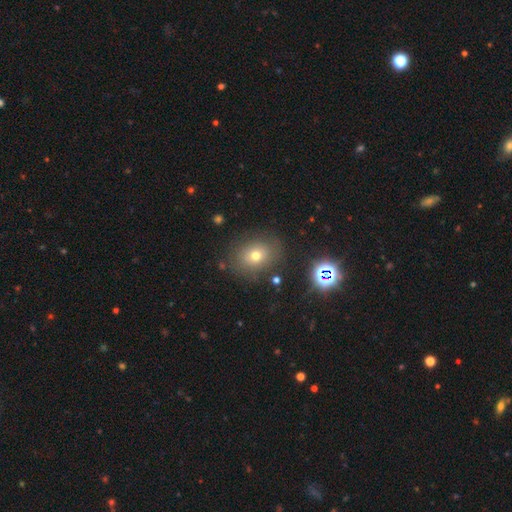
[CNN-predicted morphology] type=smooth (67%); roundness=round (56%); merging=none (80%).